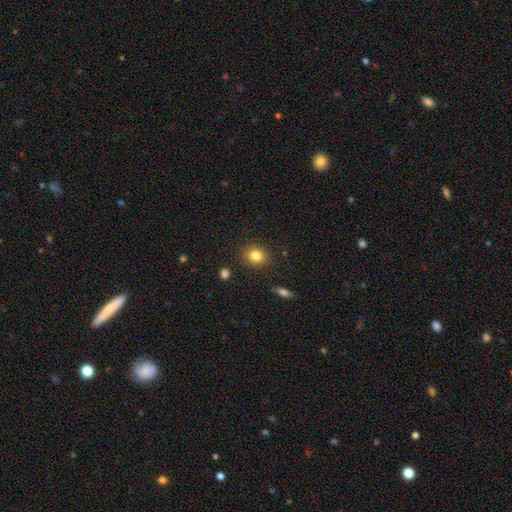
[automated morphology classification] Smooth or featured? smooth (82%)
How rounded? round (75%)
Merging? none (88%)